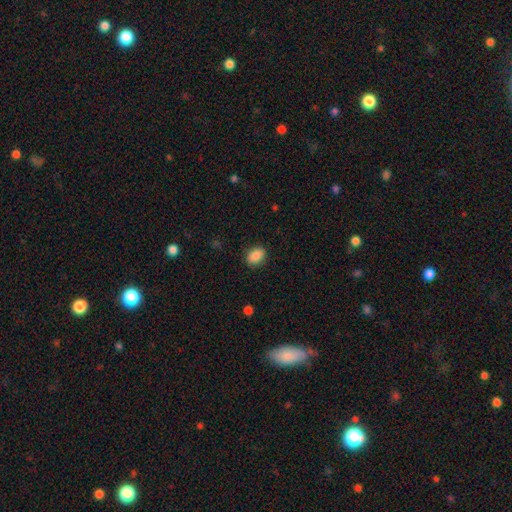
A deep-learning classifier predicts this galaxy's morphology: type=smooth (88%); roundness=in between (69%); merging=none (87%).